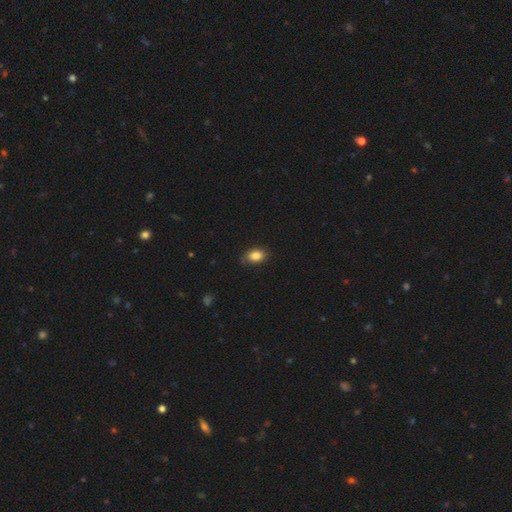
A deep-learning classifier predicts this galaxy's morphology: Overall: smooth (84%). How rounded: in between (86%). Merging: none (70%).